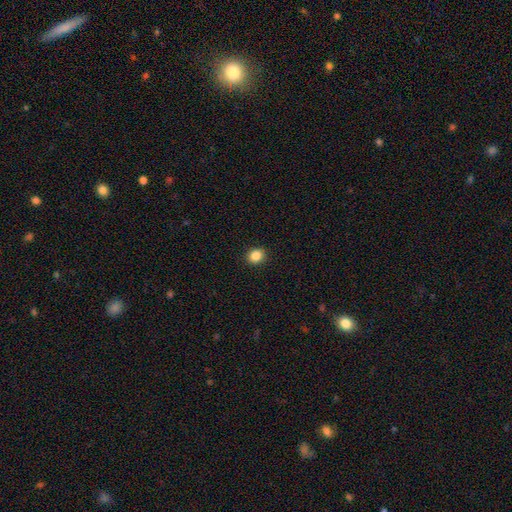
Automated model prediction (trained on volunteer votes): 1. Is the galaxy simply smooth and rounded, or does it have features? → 86% smooth, 10% star or artifact, 4% featured or disk.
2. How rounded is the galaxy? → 71% round, 28% in between, 1% cigar-shaped.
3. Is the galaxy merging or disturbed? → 91% none, 6% minor disturbance, 2% major disturbance, 1% merger.